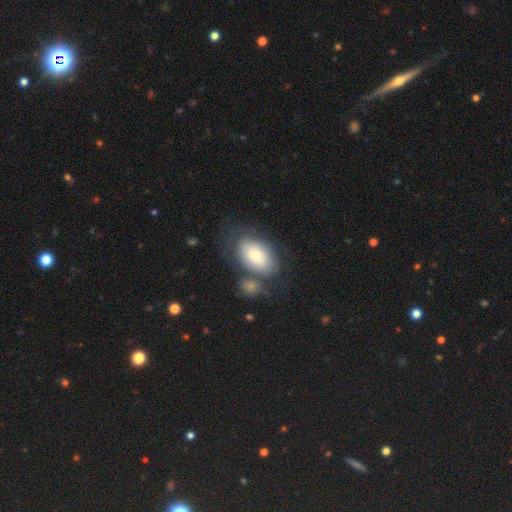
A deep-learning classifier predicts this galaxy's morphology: This is likely a smooth galaxy (74%). How rounded: clearly in between (93%). Merging: possibly none (55%).